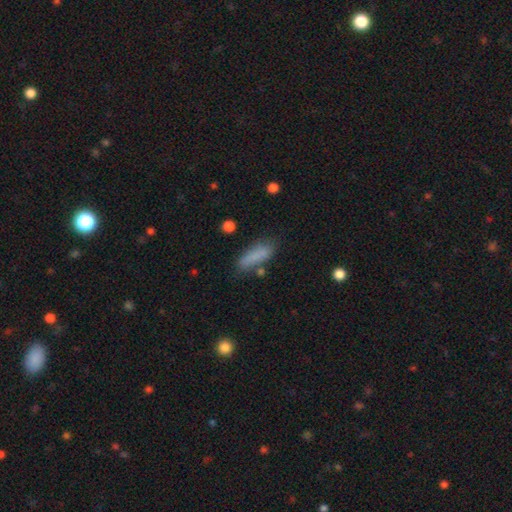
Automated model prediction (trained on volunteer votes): A smooth galaxy with no disk features (83%) that is cigar-shaped (51%). Merging: none (68%).